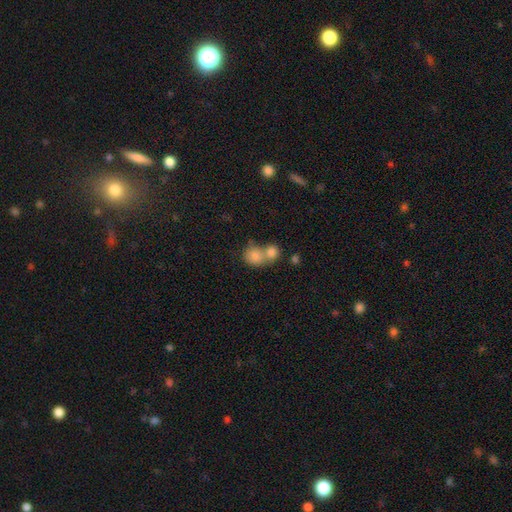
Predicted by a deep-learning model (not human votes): Smooth or featured: smooth — 80% (featured or disk — 10%)
How rounded: round — 72% (in between — 27%)
Merging: merger — 61% (none — 29%)